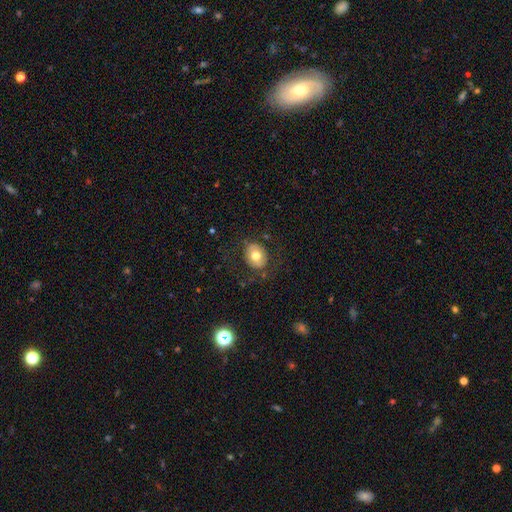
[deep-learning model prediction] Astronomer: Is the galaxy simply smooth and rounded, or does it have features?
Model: smooth — 69%.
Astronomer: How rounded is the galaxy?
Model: round — 57% (runner-up: in between, 42%).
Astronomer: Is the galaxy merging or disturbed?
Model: none — 78%.